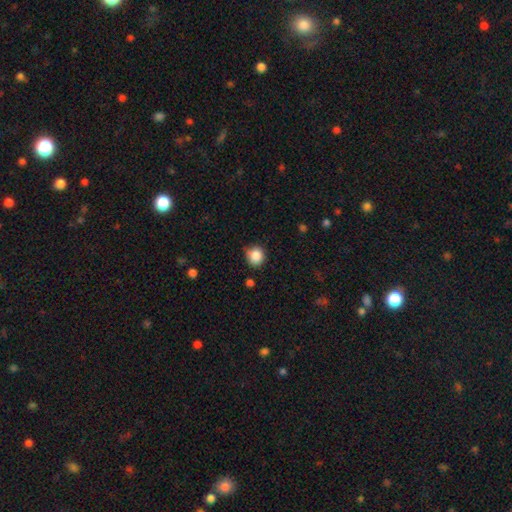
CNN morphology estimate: smooth 86%, star or artifact 10%, featured or disk 4%. Down the decision tree: how rounded — round (89%); merging — none (78%).